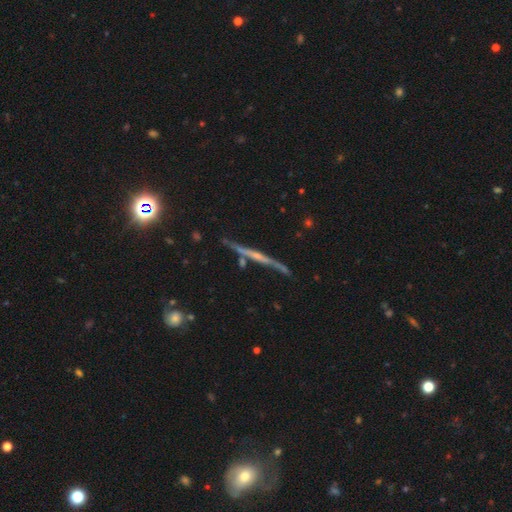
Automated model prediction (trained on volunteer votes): Morphology: type=featured or disk (76%); edge-on=yes (96%); edge-on bulge=none (46%); merging=none (78%).